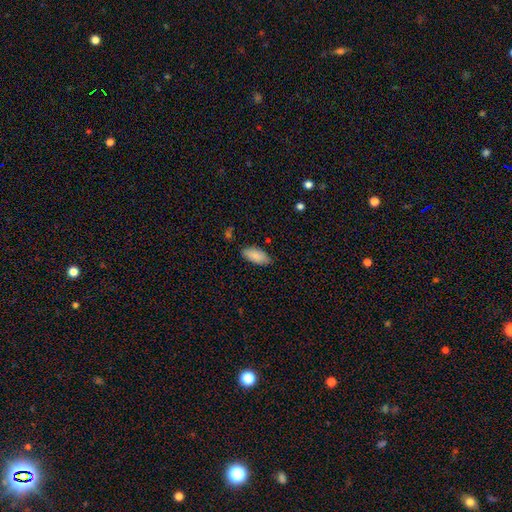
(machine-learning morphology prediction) smooth_or_featured: smooth (p=0.87) [alt: featured or disk p=0.06]
how_rounded: in between (p=0.89) [alt: cigar-shaped p=0.10]
merging: none (p=0.82) [alt: minor disturbance p=0.14]